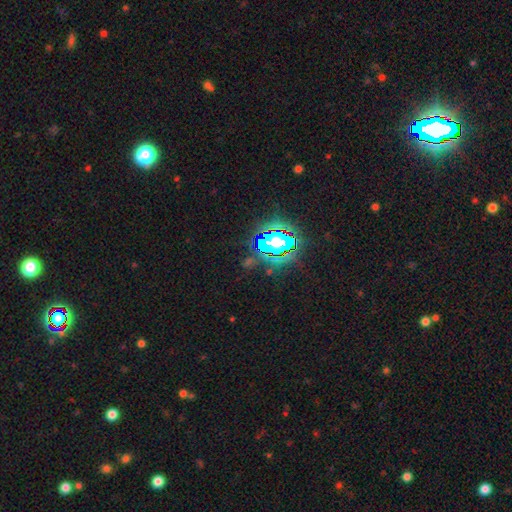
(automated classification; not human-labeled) This appears to be a star or artifact, not a galaxy (77%).